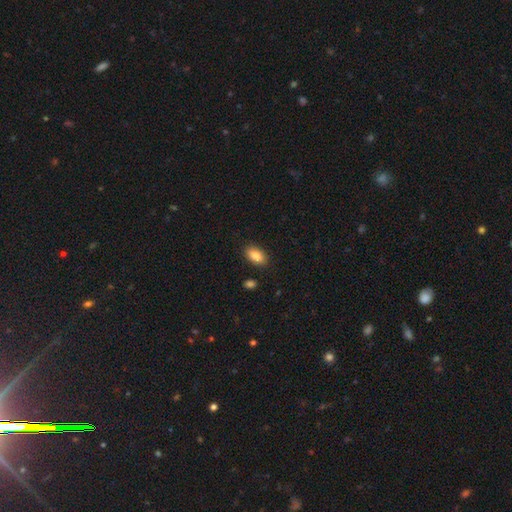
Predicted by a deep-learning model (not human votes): smooth-or-featured: smooth: 86% | star or artifact: 7% | featured or disk: 7%
  how-rounded: in between: 91% | cigar-shaped: 5% | round: 4%
  merging: none: 87% | minor disturbance: 9% | major disturbance: 2% | merger: 2%